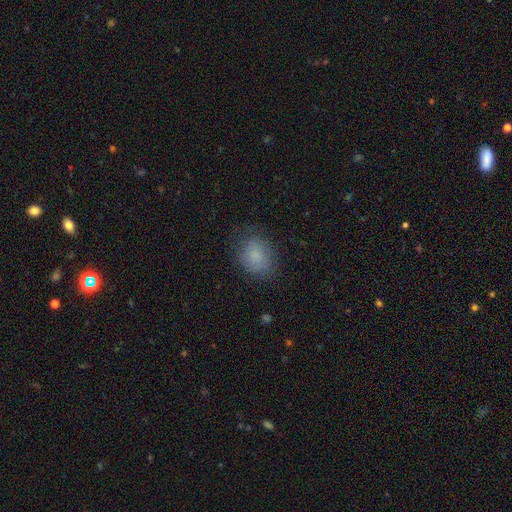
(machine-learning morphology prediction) smooth 82%, star or artifact 9%, featured or disk 9%. Down the decision tree: how rounded — in between (56%); merging — none (75%).